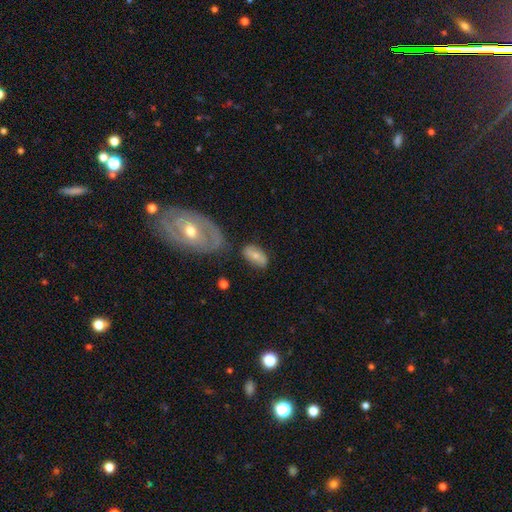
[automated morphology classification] smooth_or_featured: smooth (p=0.58) [alt: featured or disk p=0.34]
how_rounded: in between (p=0.89) [alt: round p=0.07]
merging: none (p=0.64) [alt: minor disturbance p=0.19]